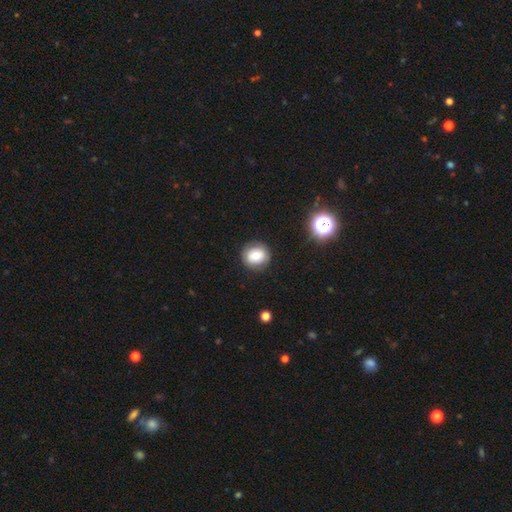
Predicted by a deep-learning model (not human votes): Smooth or featured? Predicted: smooth (p=0.68). How rounded? Predicted: round (p=0.80). Merging? Predicted: none (p=0.85).